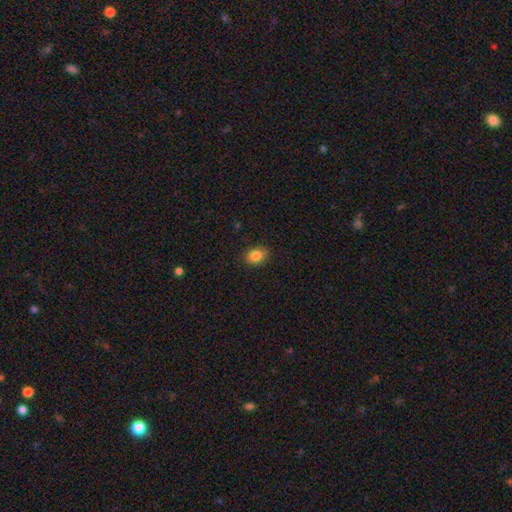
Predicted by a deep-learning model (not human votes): smooth-or-featured: smooth: 84% | star or artifact: 10% | featured or disk: 7%
  how-rounded: in between: 58% | round: 41% | cigar-shaped: 1%
  merging: none: 85% | minor disturbance: 12% | major disturbance: 2% | merger: 1%